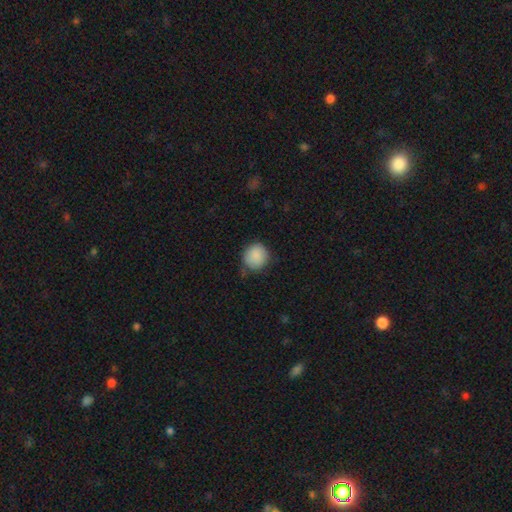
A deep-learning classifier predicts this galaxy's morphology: smooth-or-featured: smooth: 88% | star or artifact: 7% | featured or disk: 4%
  how-rounded: round: 89% | in between: 10% | cigar-shaped: 1%
  merging: none: 75% | minor disturbance: 19% | major disturbance: 4% | merger: 2%